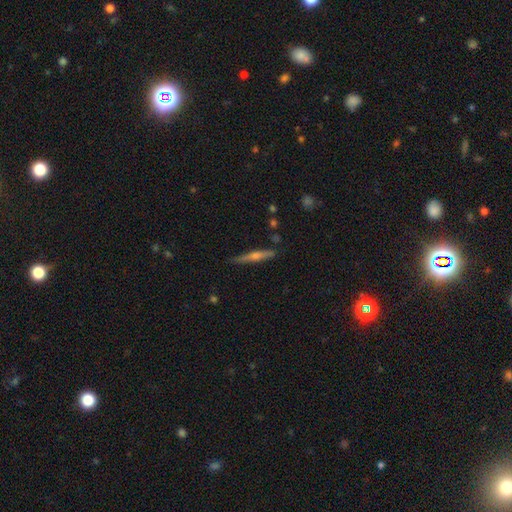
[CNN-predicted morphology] Q: Smooth or featured?
A: featured or disk (65%); runner-up: smooth (27%)
Q: Edge-on disk?
A: yes (96%); runner-up: no (4%)
Q: Edge-on bulge?
A: rounded (77%); runner-up: none (15%)
Q: Merging?
A: none (87%); runner-up: minor disturbance (10%)